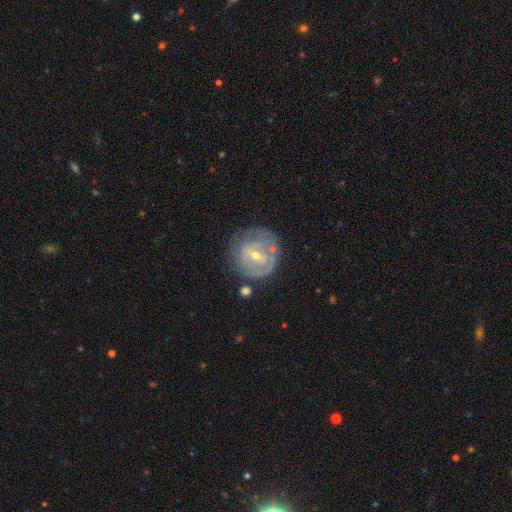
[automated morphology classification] This appears to be a featured or disk galaxy (71%) with a weak bar (49%), spiral arms (64%) and a small central bulge (59%). Merging: none (66%).